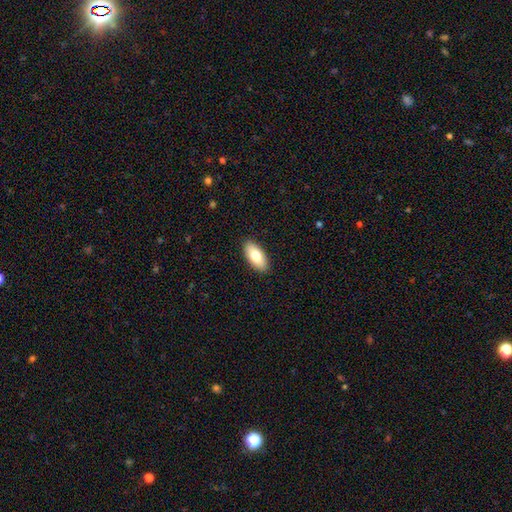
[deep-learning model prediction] Morphology: type=smooth (78%); roundness=in between (90%); merging=none (90%).